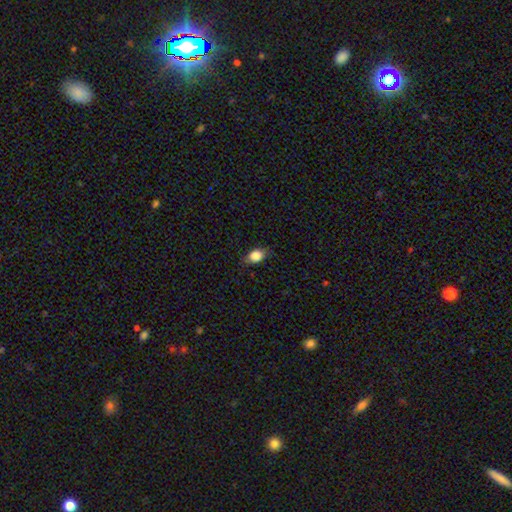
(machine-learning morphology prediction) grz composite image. It shows a smooth galaxy with no disk features (82%) that is in between round and cigar-shaped (73%). Merging: none (78%).